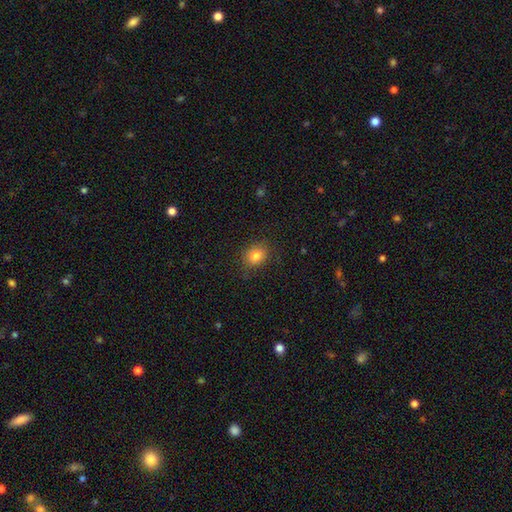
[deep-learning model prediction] Smooth or featured: smooth — 82% (star or artifact — 12%)
How rounded: round — 57% (in between — 42%)
Merging: none — 85% (minor disturbance — 11%)